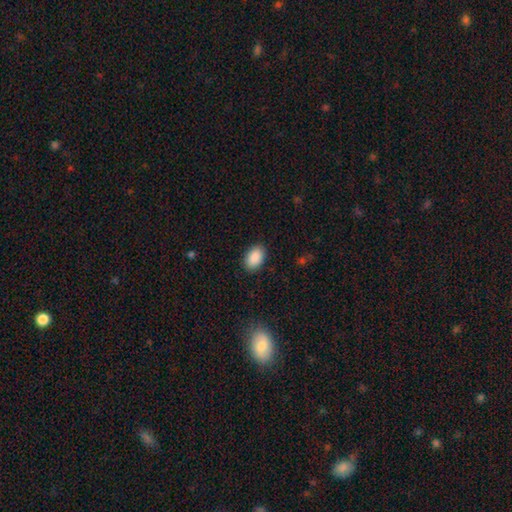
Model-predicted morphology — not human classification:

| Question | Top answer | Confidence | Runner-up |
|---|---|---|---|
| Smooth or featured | smooth | 90% | star or artifact (7%) |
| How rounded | in between | 91% | round (8%) |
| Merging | none | 88% | minor disturbance (9%) |